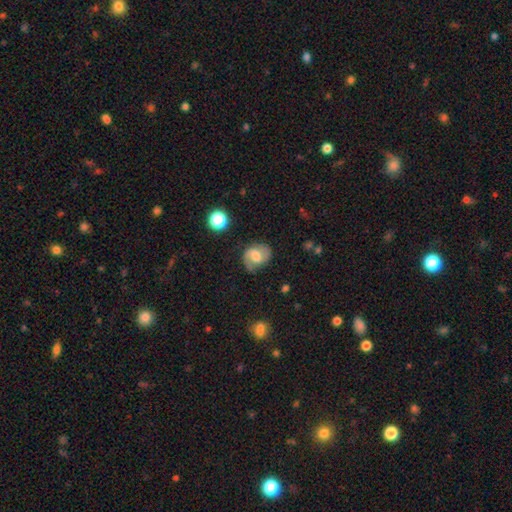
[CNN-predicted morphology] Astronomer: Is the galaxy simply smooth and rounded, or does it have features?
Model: featured or disk — 67%.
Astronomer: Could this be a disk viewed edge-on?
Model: no — 98%.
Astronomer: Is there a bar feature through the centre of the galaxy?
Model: weak — 54% (runner-up: no, 31%).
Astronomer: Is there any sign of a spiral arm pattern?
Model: yes — 92%.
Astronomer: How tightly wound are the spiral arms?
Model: medium — 51% (runner-up: loose, 27%).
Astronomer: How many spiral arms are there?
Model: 2 — 80%.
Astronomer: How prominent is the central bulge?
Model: moderate — 48%.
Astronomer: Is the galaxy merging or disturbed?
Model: none — 69%.